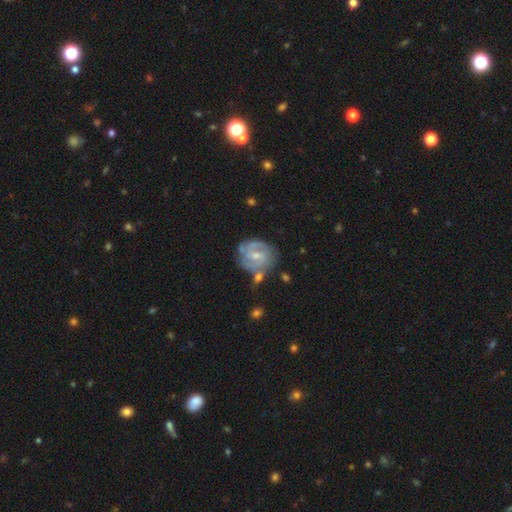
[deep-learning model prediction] The model was most divided on "bar": weak: 51%, no: 38%, strong: 12%. Remaining: edge-on disk — no (98%); spiral arms — yes (96%); smooth or featured — featured or disk (85%); merging — none (63%); bulge size — small (59%); spiral winding — tight (58%); spiral arm count — 2 (43%).